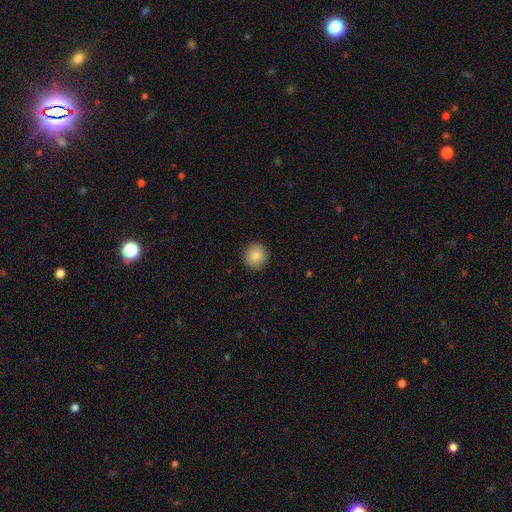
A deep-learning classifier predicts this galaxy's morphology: type=smooth (86%); roundness=round (91%); merging=none (92%).